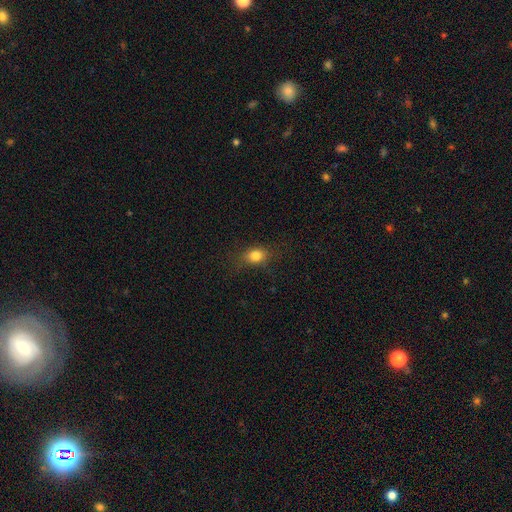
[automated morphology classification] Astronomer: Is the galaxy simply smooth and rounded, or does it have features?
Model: smooth — 80%.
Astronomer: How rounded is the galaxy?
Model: in between — 56% (runner-up: round, 42%).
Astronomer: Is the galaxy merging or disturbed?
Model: none — 79%.